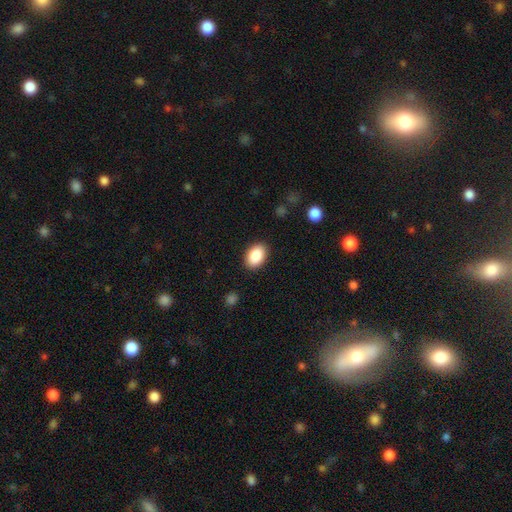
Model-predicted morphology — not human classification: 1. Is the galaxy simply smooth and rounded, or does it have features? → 88% smooth, 7% star or artifact, 5% featured or disk.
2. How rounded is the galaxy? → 87% in between, 12% round, 1% cigar-shaped.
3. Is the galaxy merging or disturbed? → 89% none, 8% minor disturbance, 2% major disturbance, 1% merger.